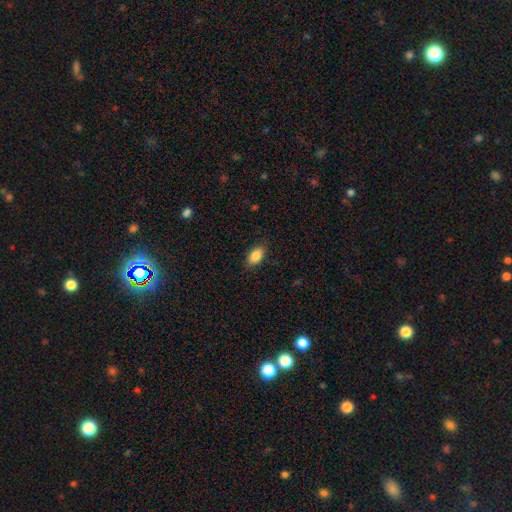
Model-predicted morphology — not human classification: smooth-or-featured: smooth: 86% | star or artifact: 8% | featured or disk: 6%
  how-rounded: in between: 91% | round: 6% | cigar-shaped: 3%
  merging: none: 86% | minor disturbance: 10% | major disturbance: 2% | merger: 1%